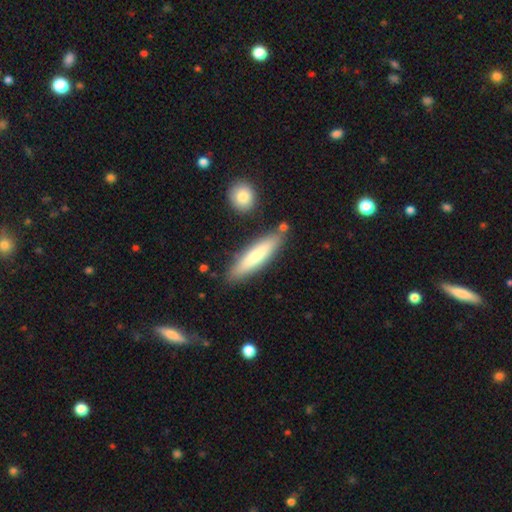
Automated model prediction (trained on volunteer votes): Morphology: type=smooth (73%); roundness=cigar-shaped (79%); merging=none (82%).